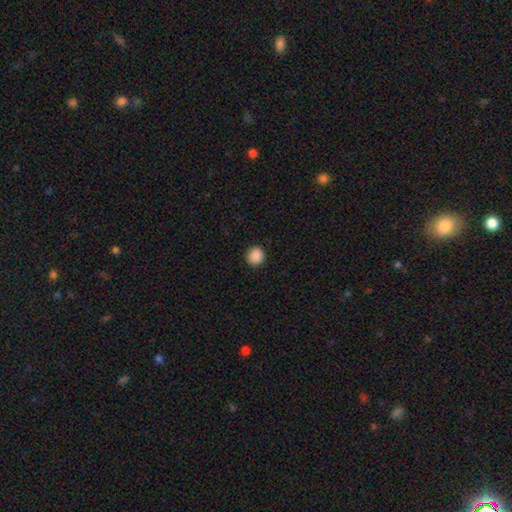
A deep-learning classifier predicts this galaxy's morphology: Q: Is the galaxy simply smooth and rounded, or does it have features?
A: smooth — 89%.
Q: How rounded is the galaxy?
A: round — 91%.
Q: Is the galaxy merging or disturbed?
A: none — 91%.